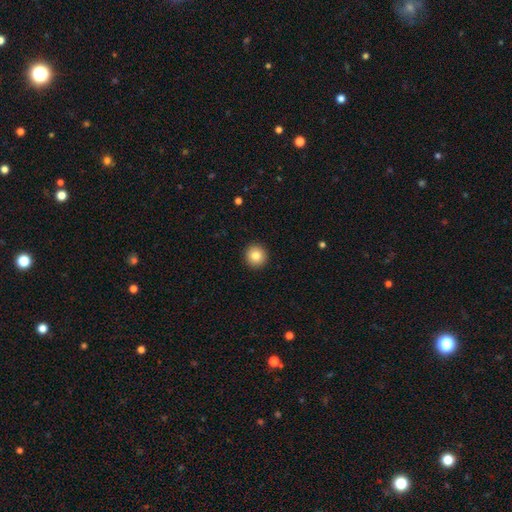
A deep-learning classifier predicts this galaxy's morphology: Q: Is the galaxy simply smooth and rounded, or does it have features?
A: smooth — 84%.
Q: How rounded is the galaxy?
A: round — 95%.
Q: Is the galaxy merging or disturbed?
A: none — 93%.